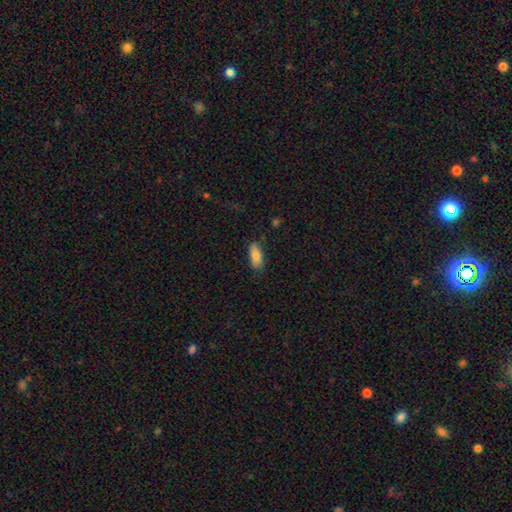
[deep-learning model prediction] This appears to be a smooth galaxy with no disk features (83%) that is in between round and cigar-shaped (82%). Merging: none (79%).